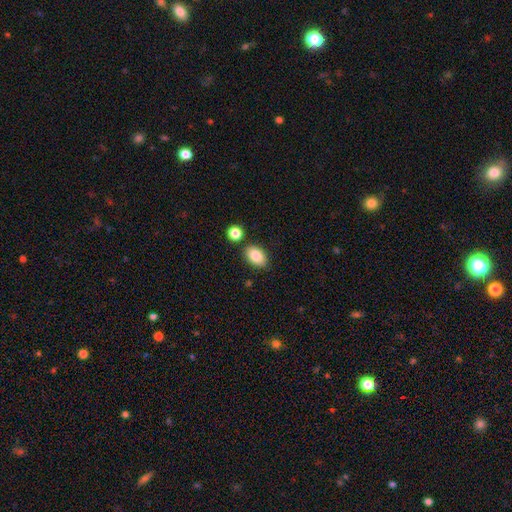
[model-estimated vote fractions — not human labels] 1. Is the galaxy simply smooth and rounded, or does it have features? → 86% smooth, 8% star or artifact, 7% featured or disk.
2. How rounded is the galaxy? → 88% in between, 10% round, 1% cigar-shaped.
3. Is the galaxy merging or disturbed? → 81% none, 10% minor disturbance, 6% merger, 2% major disturbance.